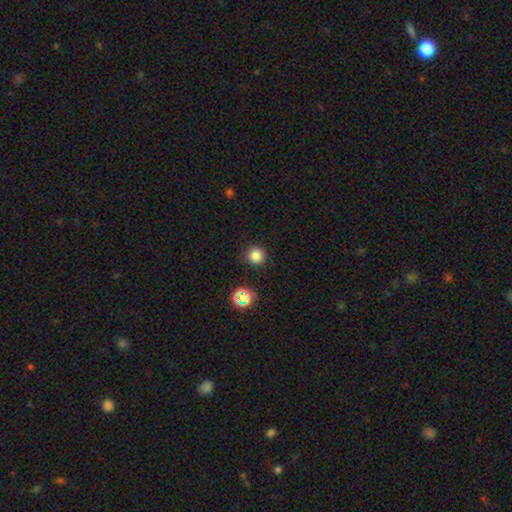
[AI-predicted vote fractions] Q: Smooth or featured?
A: smooth (80%); runner-up: star or artifact (16%)
Q: How rounded?
A: round (94%); runner-up: in between (5%)
Q: Merging?
A: none (90%); runner-up: minor disturbance (6%)